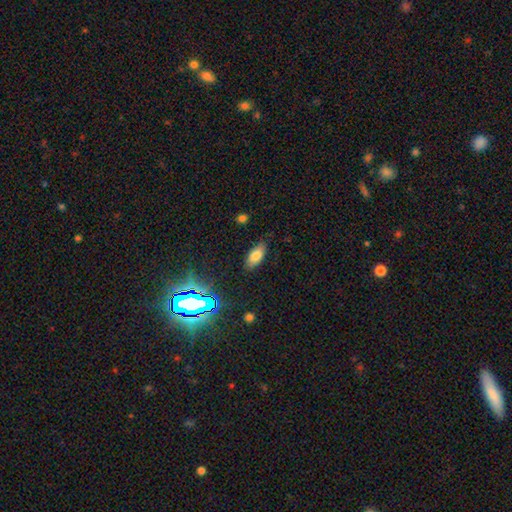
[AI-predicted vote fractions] Smooth or featured: smooth — 75% (star or artifact — 14%)
How rounded: in between — 87% (cigar-shaped — 10%)
Merging: none — 82% (minor disturbance — 13%)